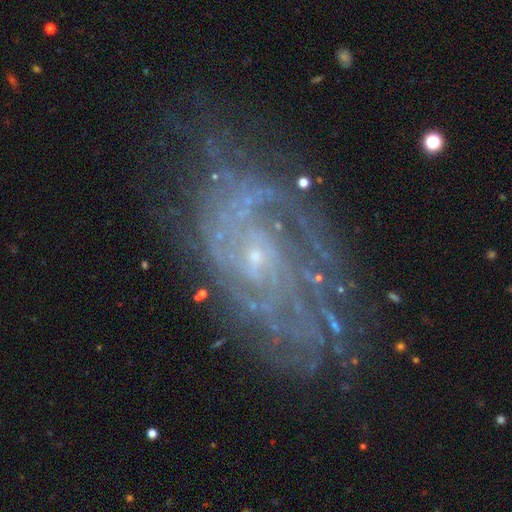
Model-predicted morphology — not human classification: Smooth or featured?
  - featured or disk: 78% *
  - smooth: 11%
  - star or artifact: 11%
Edge-on disk?
  - no: 95% *
  - yes: 5%
Bar?
  - no: 72% *
  - weak: 23%
  - strong: 5%
Spiral arms?
  - yes: 83% *
  - no: 17%
Spiral winding?
  - tight: 58% *
  - medium: 29%
  - loose: 13%
Spiral arm count?
  - can't tell: 50% *
  - 2: 20%
  - 3: 9%
  - 4: 7%
  - 1: 7%
  - more than 4: 7%
Bulge size?
  - small: 76% *
  - moderate: 16%
  - none: 5%
  - large: 1%
  - dominant: 1%
Merging?
  - none: 66% *
  - minor disturbance: 20%
  - major disturbance: 12%
  - merger: 2%